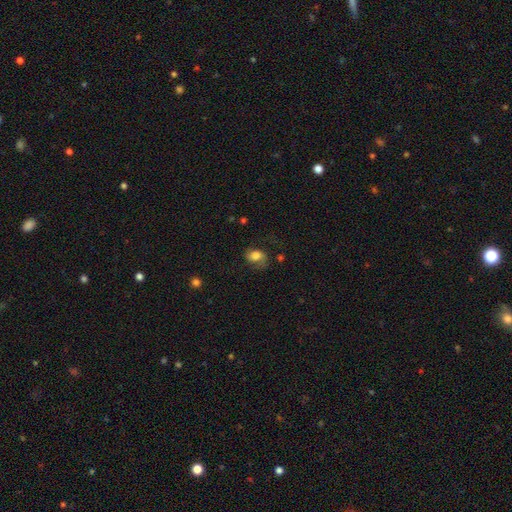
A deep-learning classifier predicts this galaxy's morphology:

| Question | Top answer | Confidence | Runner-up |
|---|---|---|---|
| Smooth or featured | smooth | 61% | featured or disk (29%) |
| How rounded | in between | 70% | round (29%) |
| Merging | none | 54% | minor disturbance (25%) |